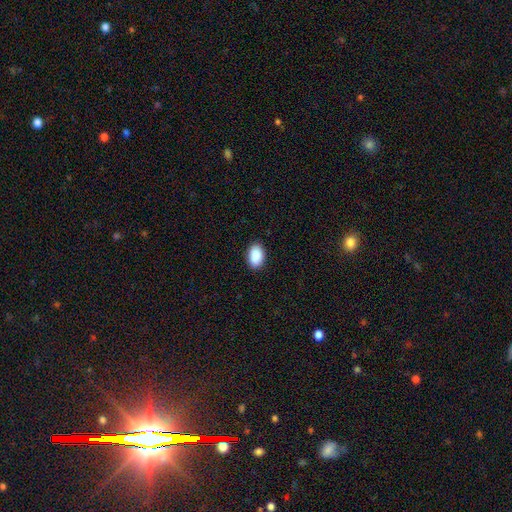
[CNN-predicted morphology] Smooth or featured: smooth — 91% (star or artifact — 7%)
How rounded: in between — 92% (round — 7%)
Merging: none — 90% (minor disturbance — 8%)